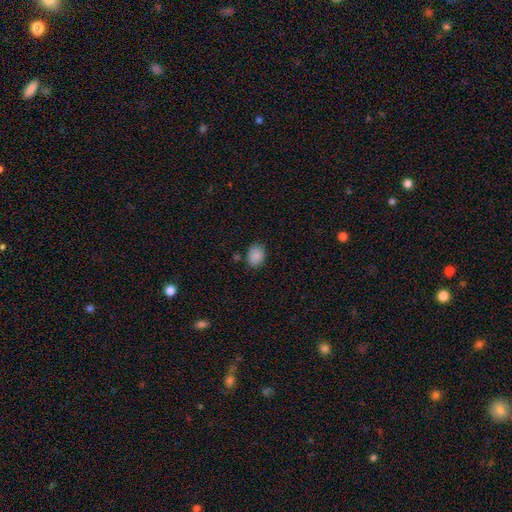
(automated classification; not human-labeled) Q: Smooth or featured?
A: smooth (87%); runner-up: star or artifact (9%)
Q: How rounded?
A: in between (60%); runner-up: round (39%)
Q: Merging?
A: none (75%); runner-up: minor disturbance (17%)